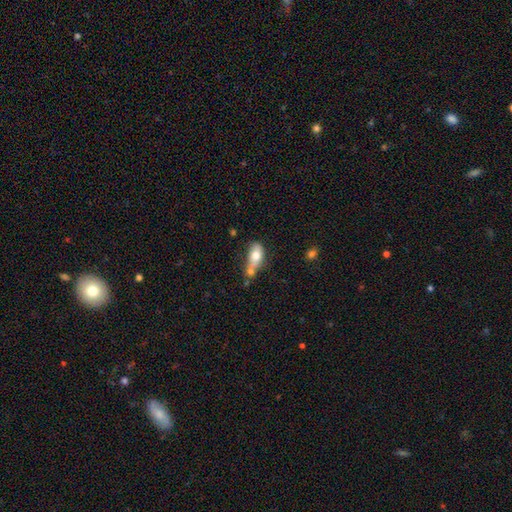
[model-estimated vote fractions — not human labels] The model was most divided on "merging": merger: 41%, none: 25%, minor disturbance: 20%, major disturbance: 13%. More confident: how rounded — in between (79%); smooth or featured — smooth (69%).